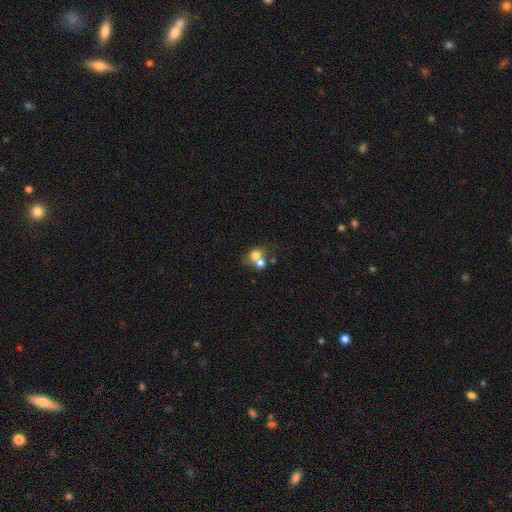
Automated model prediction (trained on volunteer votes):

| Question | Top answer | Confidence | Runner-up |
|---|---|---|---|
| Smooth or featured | smooth | 70% | featured or disk (18%) |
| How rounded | round | 68% | in between (31%) |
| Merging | merger | 61% | none (26%) |